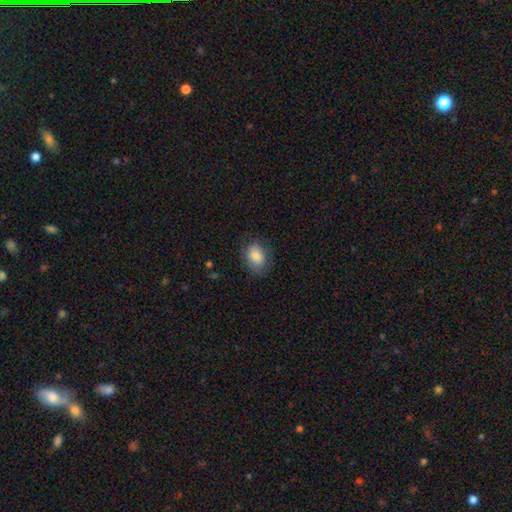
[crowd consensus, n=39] Smooth or featured?
  - smooth: 87% *
  - featured or disk: 10%
  - star or artifact: 3%
How rounded?
  - in between: 71% *
  - round: 21%
  - cigar-shaped: 9%
Merging?
  - none: 82% *
  - minor disturbance: 8%
  - major disturbance: 8%
  - merger: 3%